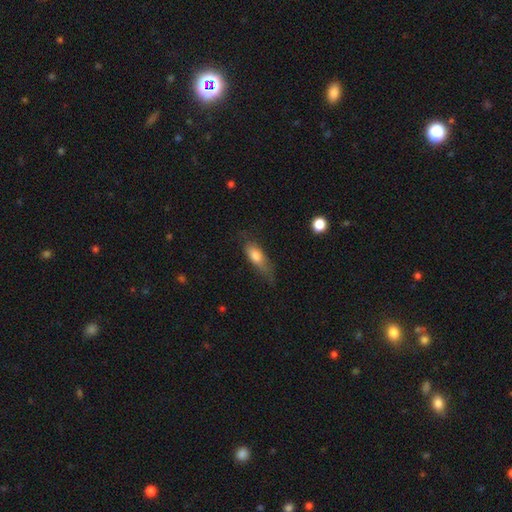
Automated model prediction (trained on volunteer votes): Smooth or featured? Predicted: smooth (p=0.74). How rounded? Predicted: in between (p=0.67). Merging? Predicted: none (p=0.48).